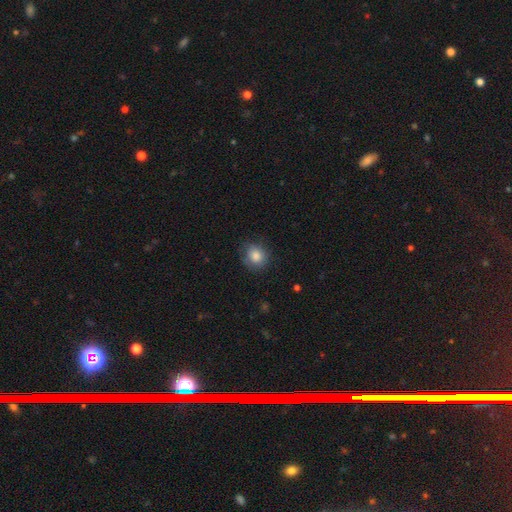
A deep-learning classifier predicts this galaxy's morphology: smooth-or-featured: smooth: 83% | star or artifact: 9% | featured or disk: 8%
  how-rounded: round: 74% | in between: 25% | cigar-shaped: 1%
  merging: none: 74% | minor disturbance: 20% | major disturbance: 5% | merger: 1%